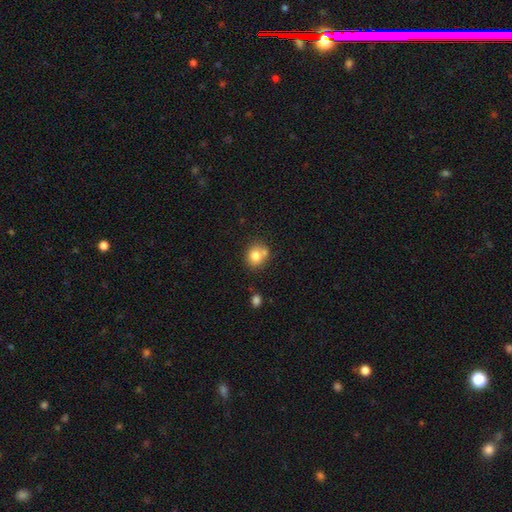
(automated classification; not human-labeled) This appears to be a smooth galaxy with no disk features (78%) that is round (76%). Merging: none (56%).